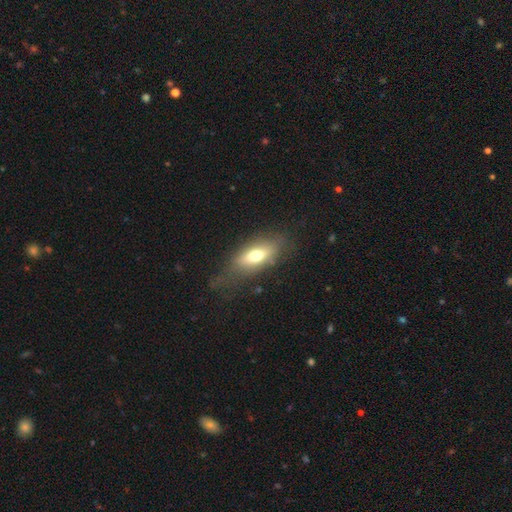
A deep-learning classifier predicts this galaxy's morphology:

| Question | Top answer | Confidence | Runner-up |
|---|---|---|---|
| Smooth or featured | smooth | 62% | featured or disk (29%) |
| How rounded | in between | 79% | cigar-shaped (15%) |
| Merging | none | 64% | minor disturbance (21%) |